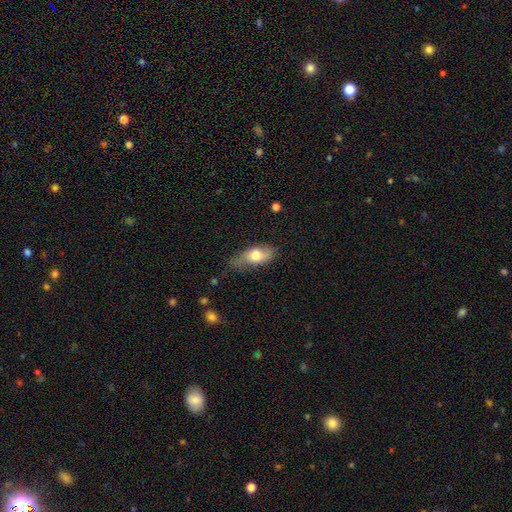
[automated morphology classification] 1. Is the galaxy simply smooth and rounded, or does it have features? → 69% smooth, 24% featured or disk, 7% star or artifact.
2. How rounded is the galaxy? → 82% in between, 13% cigar-shaped, 5% round.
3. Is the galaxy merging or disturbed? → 59% none, 31% minor disturbance, 9% major disturbance, 2% merger.